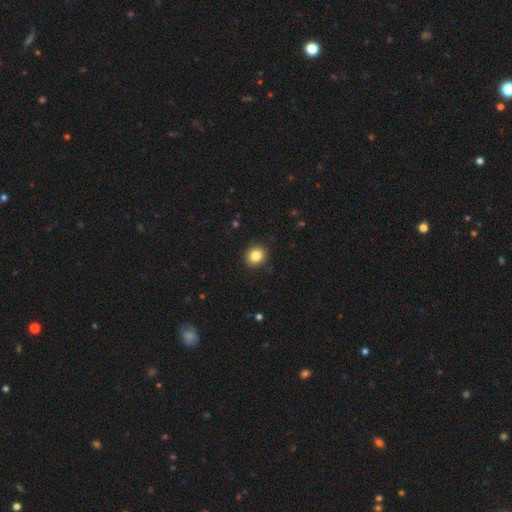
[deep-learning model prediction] smooth-or-featured: smooth: 85% | star or artifact: 10% | featured or disk: 6%
  how-rounded: round: 75% | in between: 24% | cigar-shaped: 1%
  merging: none: 90% | minor disturbance: 7% | major disturbance: 2% | merger: 1%